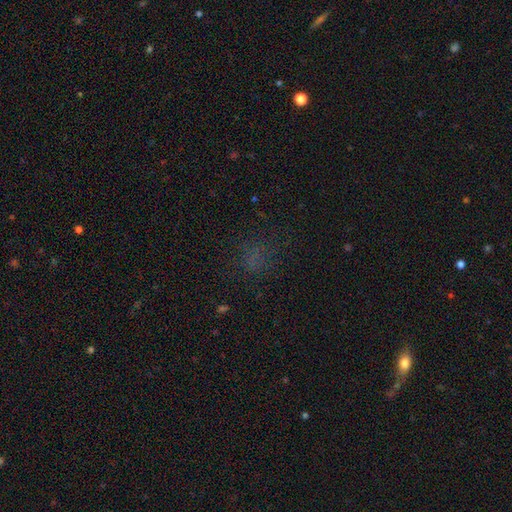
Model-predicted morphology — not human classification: A smooth galaxy with no disk features (50%) that is round (67%).

Vote fractions:
- Smooth or featured? smooth: 50% / star or artifact: 39% / featured or disk: 11%
- How rounded? round: 67% / in between: 30% / cigar-shaped: 3%
- Merging? none: 74% / minor disturbance: 14% / major disturbance: 10% / merger: 2%